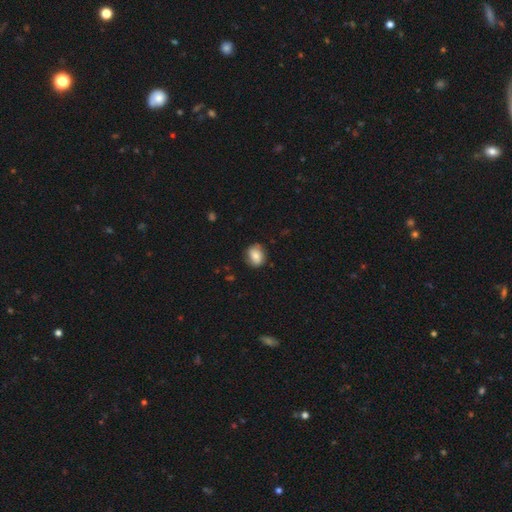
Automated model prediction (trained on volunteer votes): A smooth galaxy with no disk features (75%) that is round (52%). Merging: none (80%).